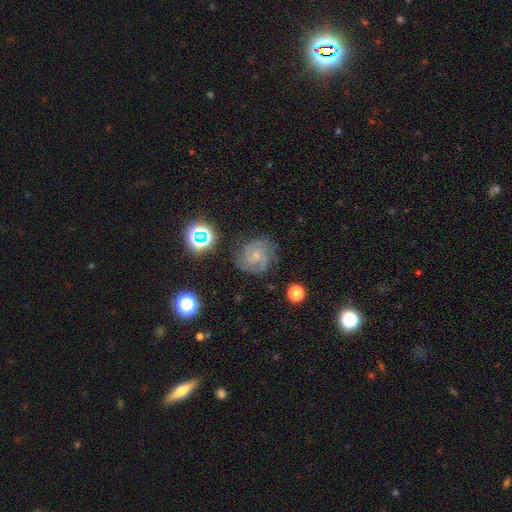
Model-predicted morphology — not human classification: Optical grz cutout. It shows a featured or disk galaxy (80%) with no bar (63%), 2 (42%) tight (53%) spiral arms (97%) and a small central bulge (65%). Merging: none (74%).